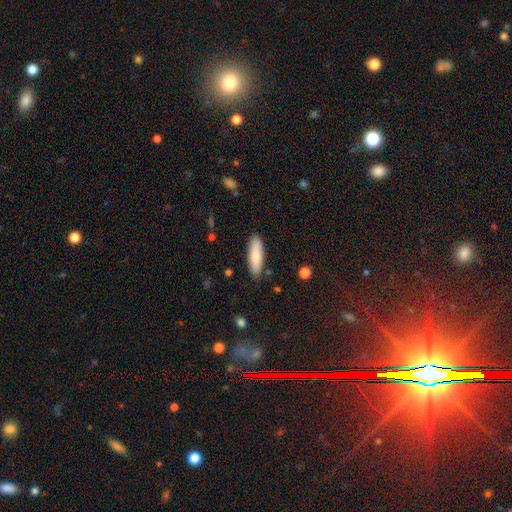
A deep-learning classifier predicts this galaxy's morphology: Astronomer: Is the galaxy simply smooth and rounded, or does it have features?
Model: smooth — 80%.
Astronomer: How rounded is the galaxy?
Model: cigar-shaped — 52% (runner-up: in between, 47%).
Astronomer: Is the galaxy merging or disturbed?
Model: none — 86%.